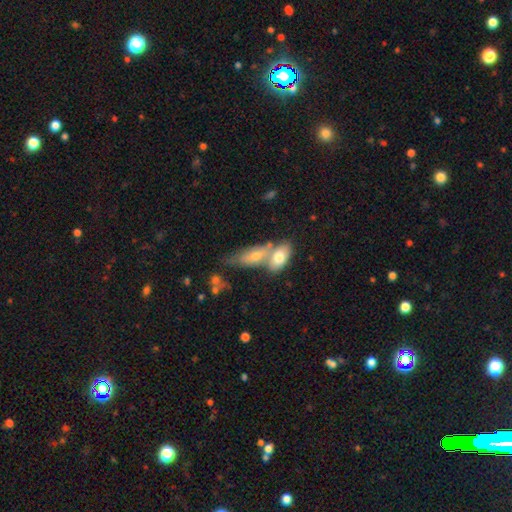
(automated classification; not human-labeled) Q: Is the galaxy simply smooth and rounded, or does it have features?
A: smooth — 65%.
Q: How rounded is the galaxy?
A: in between — 76%.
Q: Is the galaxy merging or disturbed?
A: merger — 57%.